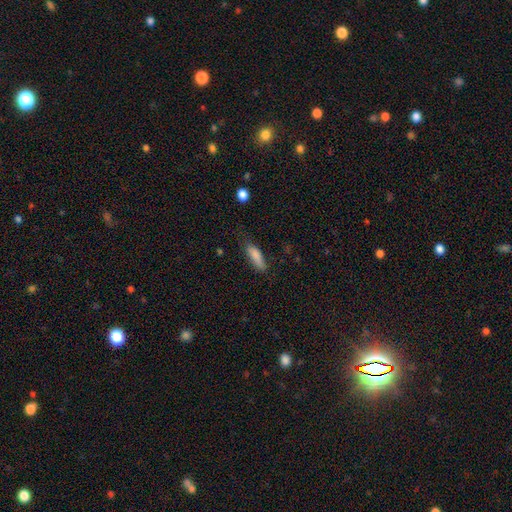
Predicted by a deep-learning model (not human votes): smooth 84%, featured or disk 9%, star or artifact 7%. Down the decision tree: how rounded — cigar-shaped (51%); merging — none (68%).